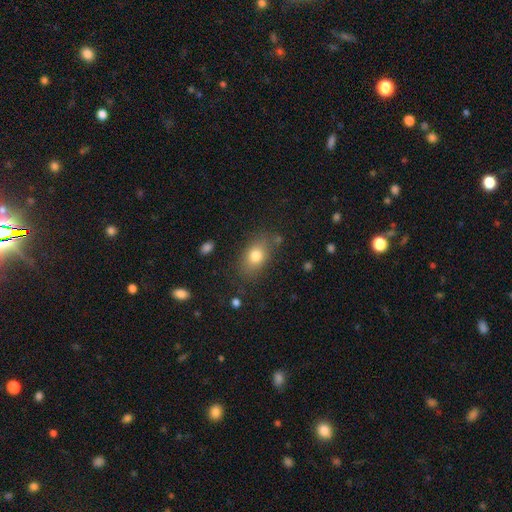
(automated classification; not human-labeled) smooth 78%, featured or disk 12%, star or artifact 10%. Down the decision tree: how rounded — in between (78%); merging — none (76%).